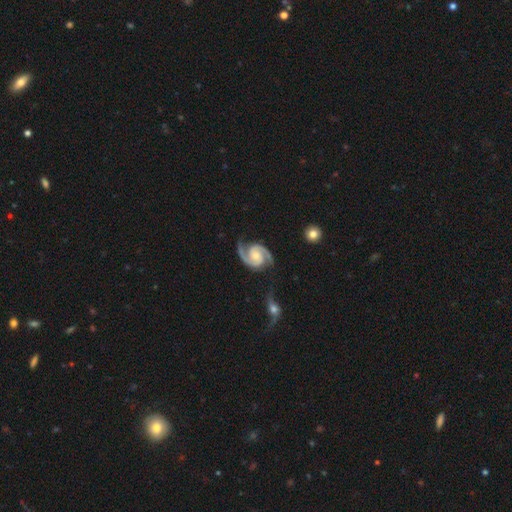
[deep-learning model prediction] smooth_or_featured: featured or disk (p=0.94) [alt: star or artifact p=0.03]
disk_edge_on: no (p=0.98) [alt: yes p=0.02]
bar: no (p=0.60) [alt: weak p=0.30]
has_spiral_arms: yes (p=0.99) [alt: no p=0.01]
spiral_winding: medium (p=0.51) [alt: tight p=0.41]
spiral_arm_count: 2 (p=0.94) [alt: 3 p=0.02]
bulge_size: moderate (p=0.45) [alt: small p=0.43]
merging: none (p=0.77) [alt: minor disturbance p=0.14]